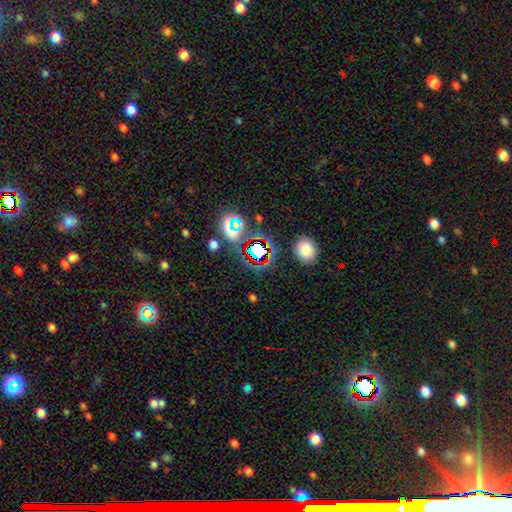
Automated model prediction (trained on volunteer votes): This appears to be a star or artifact, not a galaxy (59%).